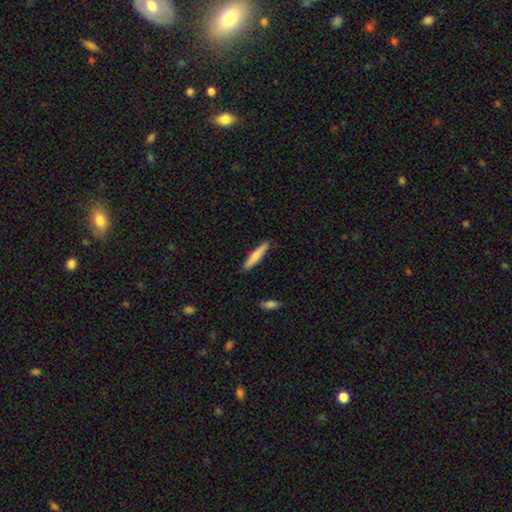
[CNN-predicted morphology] This is likely a smooth galaxy (75%). How rounded: clearly cigar-shaped (91%). Merging: clearly none (88%).